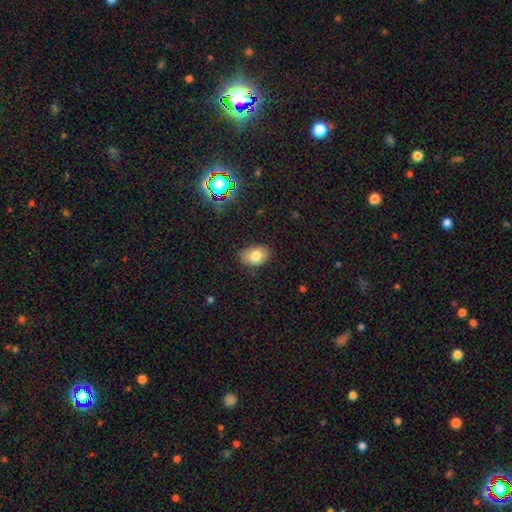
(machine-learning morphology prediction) The model was most divided on "how rounded": in between: 80%, round: 19%, cigar-shaped: 1%. More confident: smooth or featured — smooth (80%); merging — none (79%).